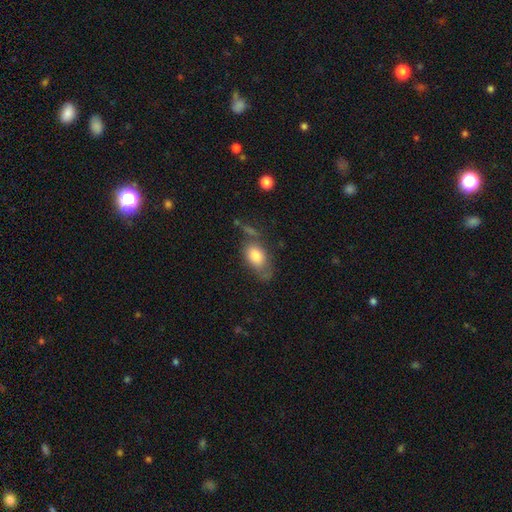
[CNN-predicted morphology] smooth_or_featured: smooth (p=0.78) [alt: featured or disk p=0.15]
how_rounded: in between (p=0.86) [alt: round p=0.10]
merging: none (p=0.51) [alt: minor disturbance p=0.26]